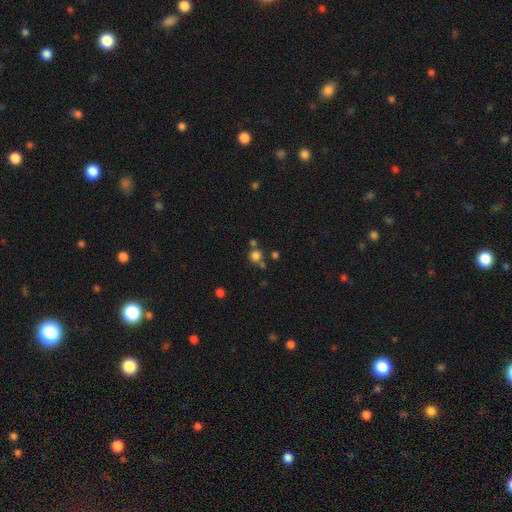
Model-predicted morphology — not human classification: The model was most divided on "merging": none: 66%, merger: 20%, minor disturbance: 10%, major disturbance: 5%. More confident: how rounded — round (91%); smooth or featured — smooth (77%).